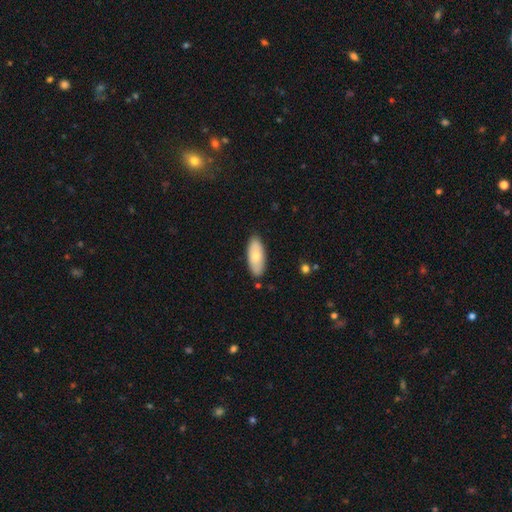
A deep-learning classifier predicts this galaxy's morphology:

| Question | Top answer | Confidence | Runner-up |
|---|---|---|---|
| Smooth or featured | smooth | 74% | featured or disk (21%) |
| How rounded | in between | 83% | cigar-shaped (15%) |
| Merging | none | 85% | minor disturbance (11%) |